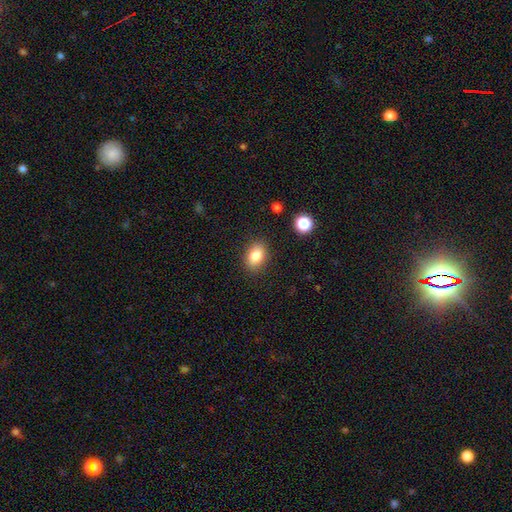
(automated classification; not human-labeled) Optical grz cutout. It shows a smooth galaxy with no disk features (83%) that is in between round and cigar-shaped (81%). Merging: none (87%).